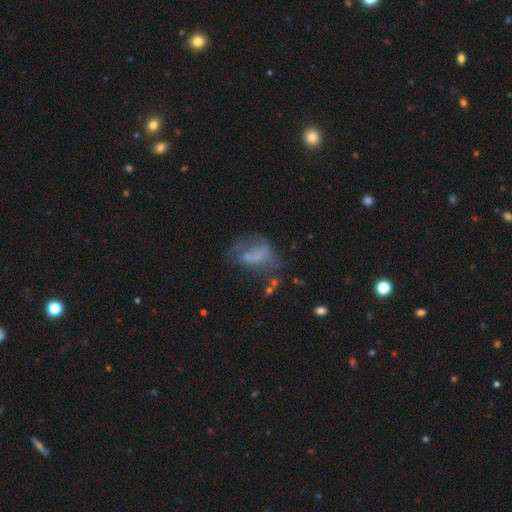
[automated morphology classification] Smooth or featured? smooth (43%)
Merging? major disturbance (37%)